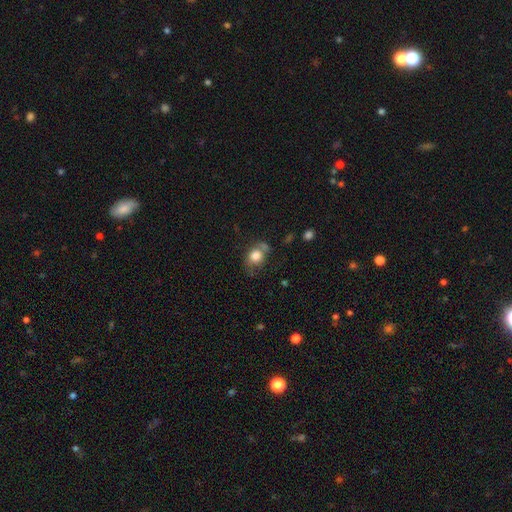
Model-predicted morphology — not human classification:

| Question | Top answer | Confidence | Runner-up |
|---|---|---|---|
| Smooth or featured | smooth | 78% | featured or disk (13%) |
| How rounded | round | 56% | in between (43%) |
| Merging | none | 53% | minor disturbance (26%) |